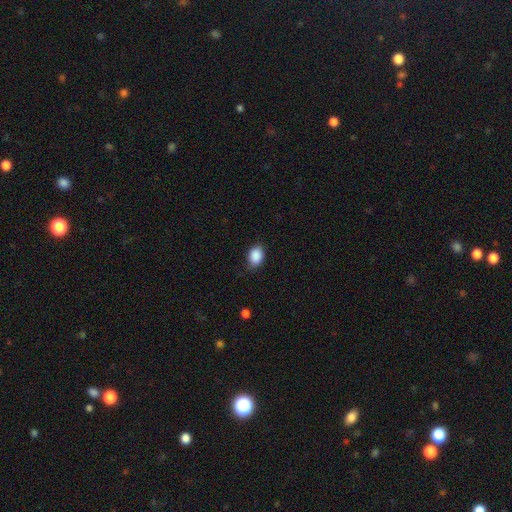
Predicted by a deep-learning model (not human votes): A smooth galaxy with no disk features (89%) that is in between round and cigar-shaped (73%). Merging: none (79%).